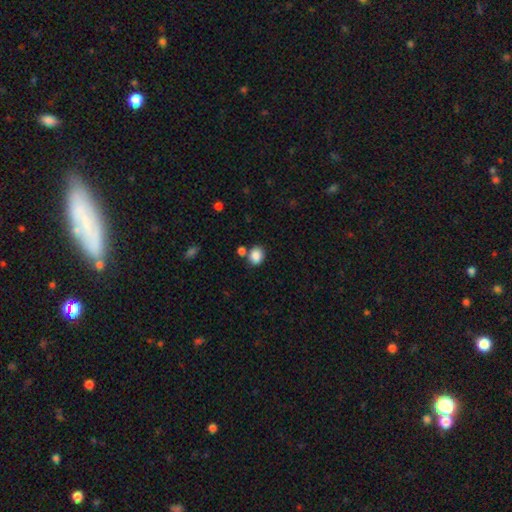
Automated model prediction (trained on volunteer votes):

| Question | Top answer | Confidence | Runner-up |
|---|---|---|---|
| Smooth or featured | smooth | 87% | star or artifact (9%) |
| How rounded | round | 56% | in between (43%) |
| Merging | none | 70% | merger (14%) |